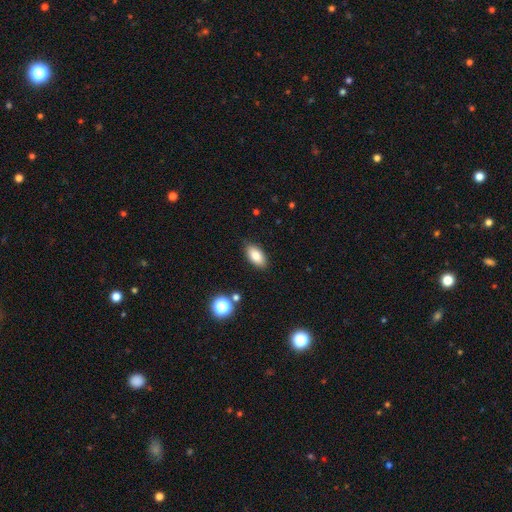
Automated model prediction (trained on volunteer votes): Smooth or featured? Predicted: smooth (p=0.84). How rounded? Predicted: in between (p=0.92). Merging? Predicted: none (p=0.87).